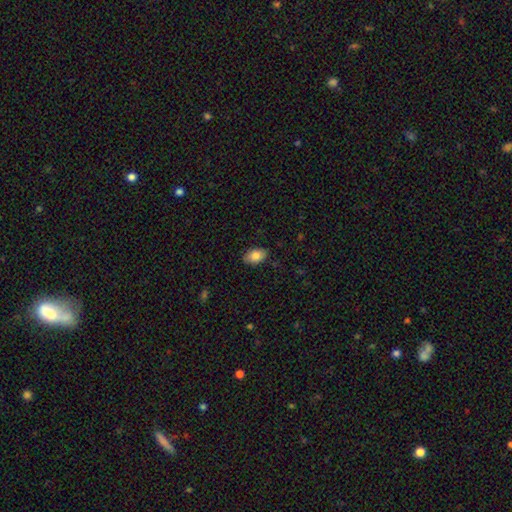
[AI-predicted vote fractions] Q: Smooth or featured?
A: smooth (82%); runner-up: featured or disk (10%)
Q: How rounded?
A: in between (89%); runner-up: round (10%)
Q: Merging?
A: none (85%); runner-up: minor disturbance (12%)